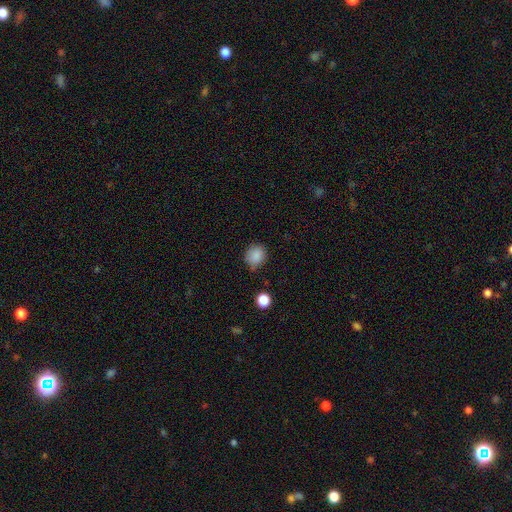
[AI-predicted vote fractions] Smooth or featured? smooth (86%)
How rounded? round (79%)
Merging? none (77%)